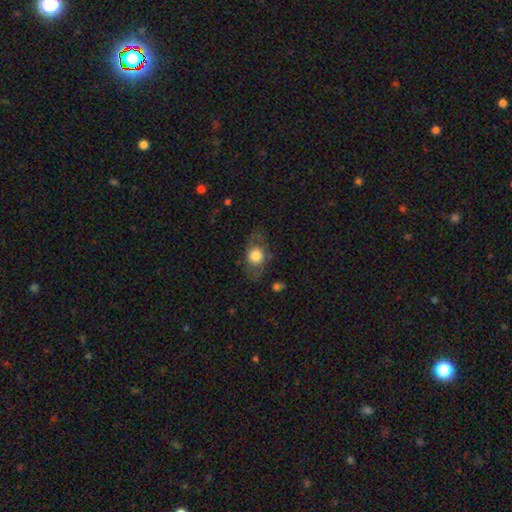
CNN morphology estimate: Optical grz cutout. It shows a smooth galaxy with no disk features (63%) that is in between round and cigar-shaped (62%). Merging: none (73%).